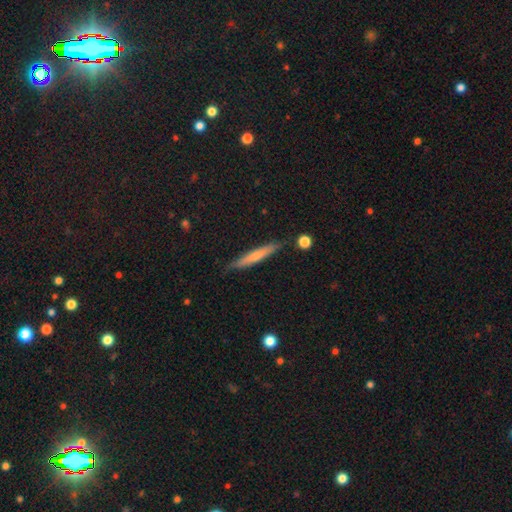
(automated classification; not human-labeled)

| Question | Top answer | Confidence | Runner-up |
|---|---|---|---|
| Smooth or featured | smooth | 60% | featured or disk (34%) |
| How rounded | cigar-shaped | 94% | in between (4%) |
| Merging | none | 85% | minor disturbance (11%) |